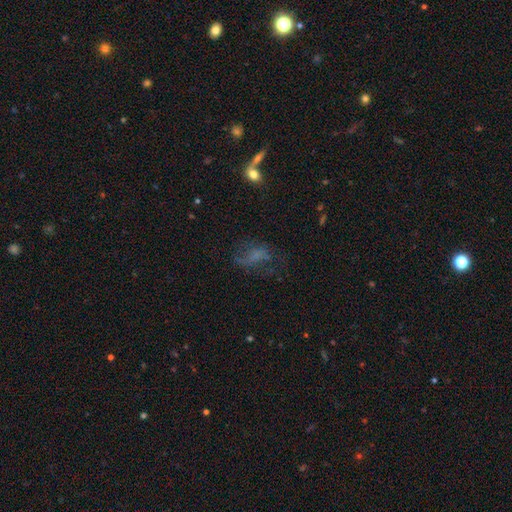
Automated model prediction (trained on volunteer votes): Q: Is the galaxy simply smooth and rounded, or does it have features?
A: smooth — 40%, tied with featured or disk.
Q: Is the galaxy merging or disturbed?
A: none — 43%.